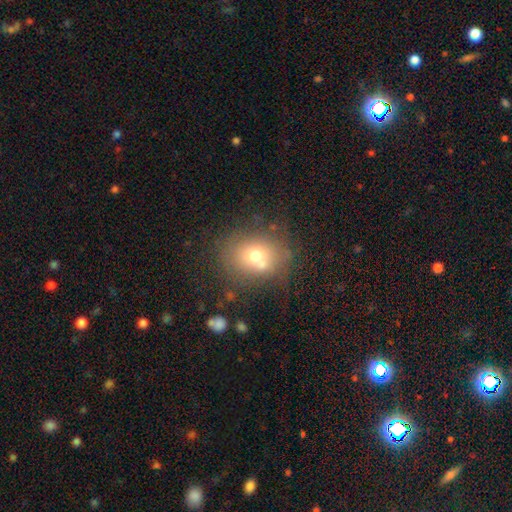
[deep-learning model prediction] This is likely a smooth galaxy (66%). How rounded: likely round (63%). Merging: possibly none (59%).